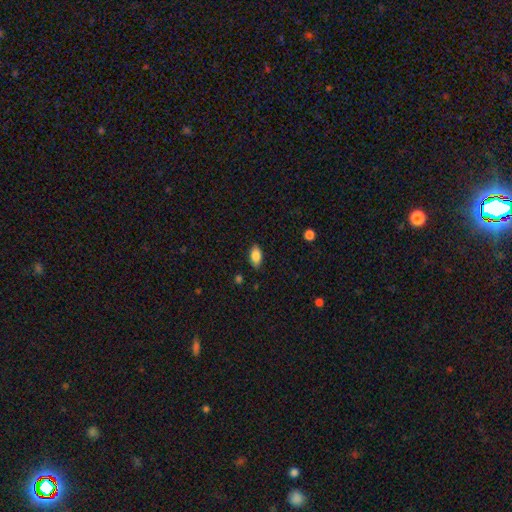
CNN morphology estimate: smooth-or-featured: smooth: 86% | star or artifact: 8% | featured or disk: 7%
  how-rounded: in between: 92% | round: 5% | cigar-shaped: 4%
  merging: none: 85% | minor disturbance: 11% | major disturbance: 3% | merger: 1%